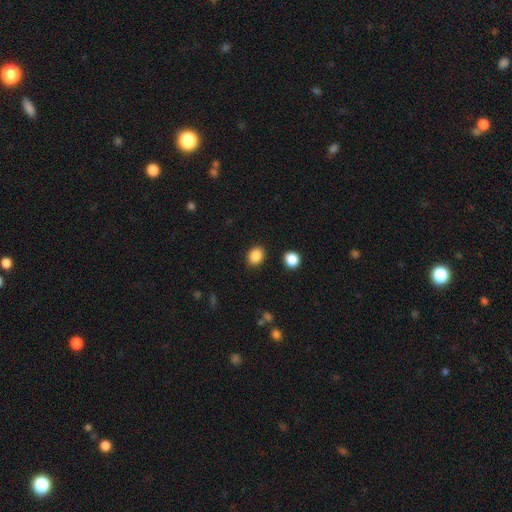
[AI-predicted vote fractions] This is clearly a smooth galaxy (87%). How rounded: possibly in between (56%). Merging: clearly none (86%).